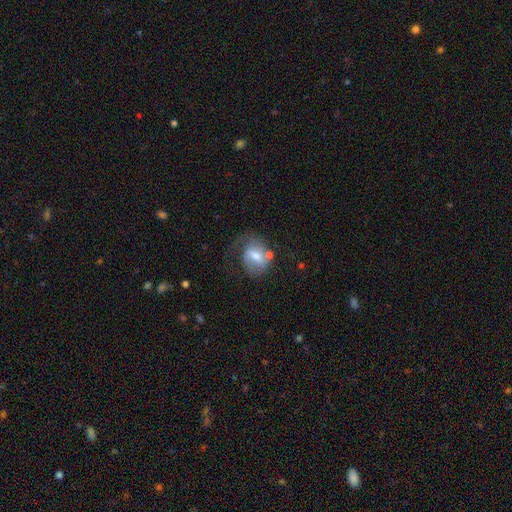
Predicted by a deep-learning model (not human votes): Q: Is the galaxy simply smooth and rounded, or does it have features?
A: smooth — 47%.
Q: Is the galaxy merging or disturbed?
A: none — 41%.